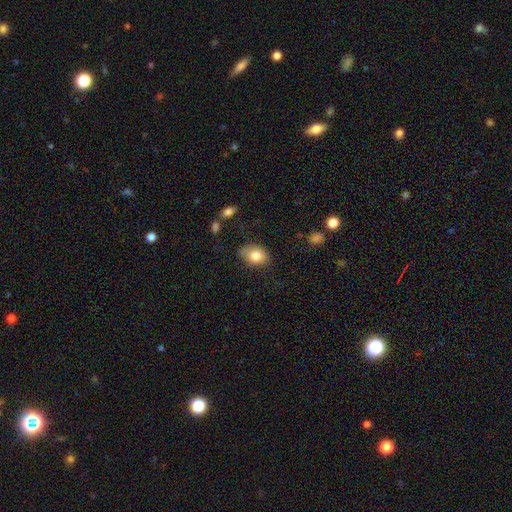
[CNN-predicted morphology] smooth-or-featured: smooth: 83% | featured or disk: 9% | star or artifact: 8%
  how-rounded: in between: 70% | round: 29% | cigar-shaped: 1%
  merging: none: 70% | minor disturbance: 23% | major disturbance: 5% | merger: 2%